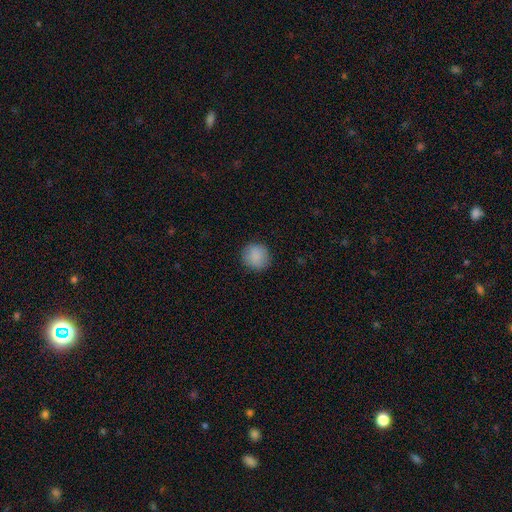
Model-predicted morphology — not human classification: type=smooth (88%); roundness=round (92%); merging=none (89%).